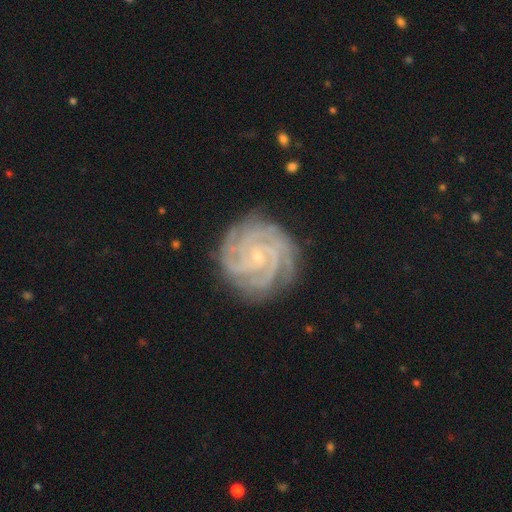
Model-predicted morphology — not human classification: A featured or disk galaxy (86%) with no bar (63%), 4 (29%) tight (81%) spiral arms (98%) and a small central bulge (81%).

Vote fractions:
- Smooth or featured? featured or disk: 86% / star or artifact: 8% / smooth: 6%
- Edge-on disk? no: 98% / yes: 2%
- Bar? no: 63% / weak: 26% / strong: 11%
- Spiral arms? yes: 98% / no: 2%
- Spiral winding? tight: 81% / medium: 17% / loose: 3%
- Spiral arm count? 4: 29% / more than 4: 18% / can't tell: 18% / 3: 17% / 2: 11% / 1: 9%
- Bulge size? small: 81% / moderate: 15% / none: 2% / large: 1% / dominant: 1%
- Merging? none: 84% / minor disturbance: 11% / major disturbance: 3% / merger: 1%